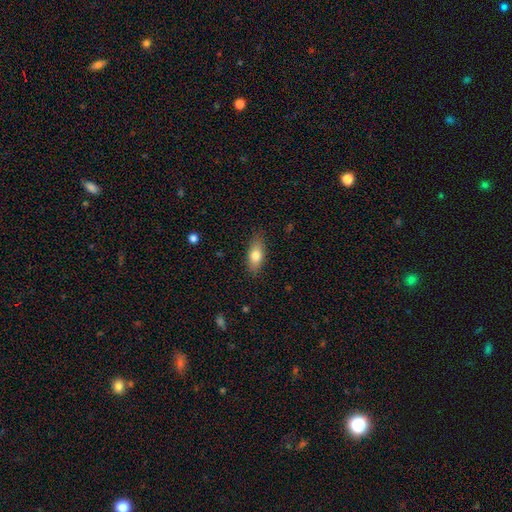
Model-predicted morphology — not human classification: Smooth or featured: smooth — 77% (featured or disk — 16%)
How rounded: in between — 78% (cigar-shaped — 18%)
Merging: none — 84% (minor disturbance — 12%)